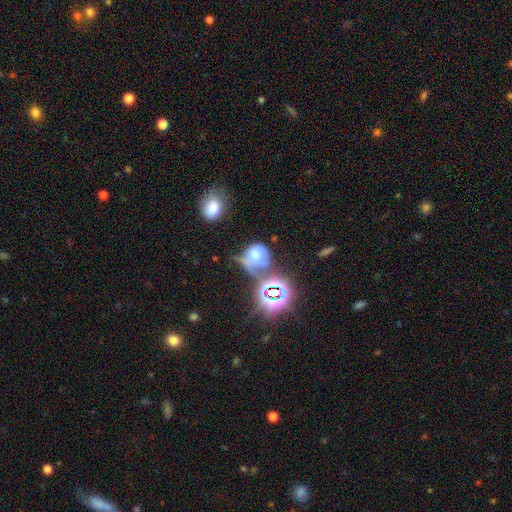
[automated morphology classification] The model was most divided on "smooth or featured": smooth: 38%, featured or disk: 36%, star or artifact: 26%. Remaining: merging — major disturbance (32%).